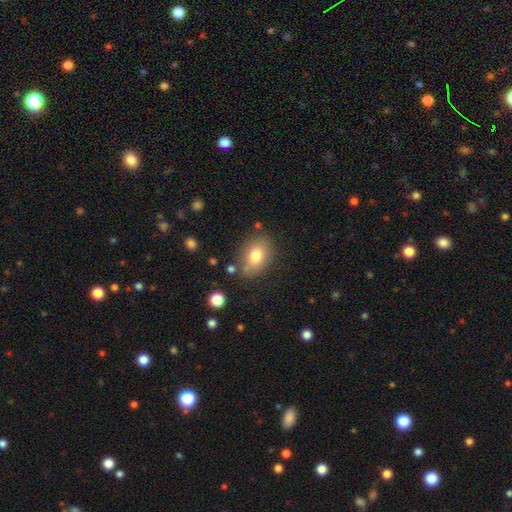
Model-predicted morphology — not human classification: Smooth or featured? smooth (77%)
How rounded? in between (76%)
Merging? none (74%)